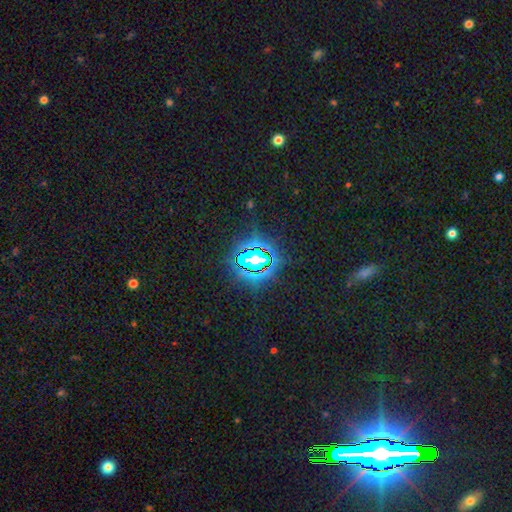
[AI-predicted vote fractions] Smooth or featured: star or artifact — 81% (smooth — 11%)